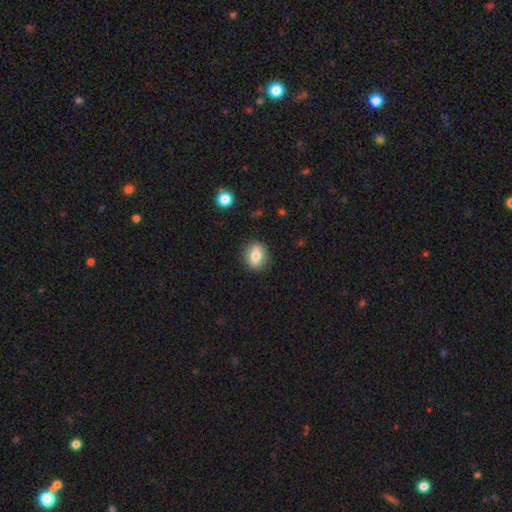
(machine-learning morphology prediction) Overall: smooth (78%). How rounded: round (55%; in between 43%). Merging: none (87%).